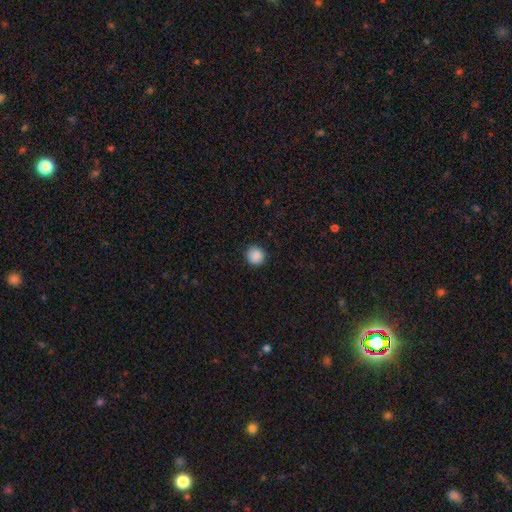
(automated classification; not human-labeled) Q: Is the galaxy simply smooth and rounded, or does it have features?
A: smooth — 89%.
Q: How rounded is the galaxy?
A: round — 94%.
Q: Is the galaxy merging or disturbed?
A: none — 92%.